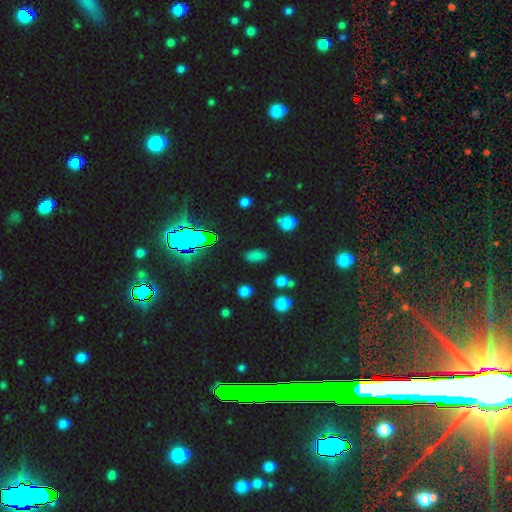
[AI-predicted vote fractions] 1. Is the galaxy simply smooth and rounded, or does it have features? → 69% smooth, 23% star or artifact, 8% featured or disk.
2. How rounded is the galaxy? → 83% in between, 12% round, 5% cigar-shaped.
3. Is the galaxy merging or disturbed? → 80% none, 13% minor disturbance, 4% major disturbance, 4% merger.